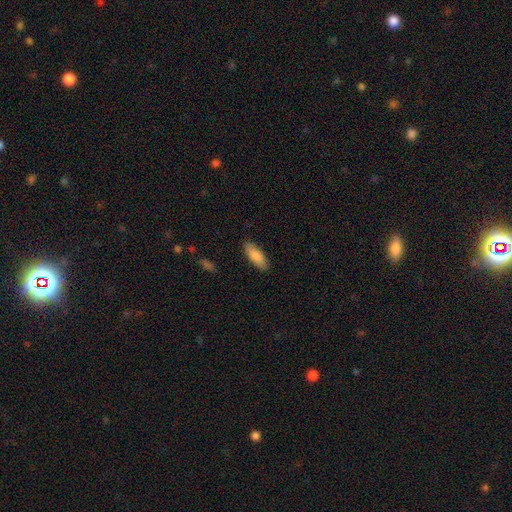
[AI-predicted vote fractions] Smooth or featured?
  - smooth: 86% *
  - featured or disk: 8%
  - star or artifact: 6%
How rounded?
  - in between: 68% *
  - cigar-shaped: 30%
  - round: 2%
Merging?
  - none: 88% *
  - minor disturbance: 9%
  - major disturbance: 2%
  - merger: 1%